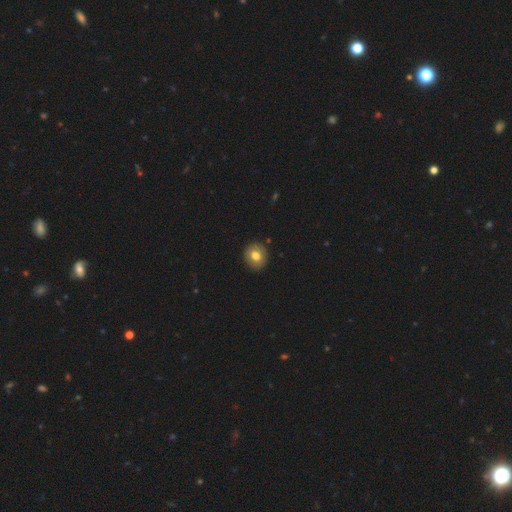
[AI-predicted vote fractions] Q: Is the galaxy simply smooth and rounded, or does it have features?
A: smooth — 74%.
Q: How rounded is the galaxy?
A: round — 80%.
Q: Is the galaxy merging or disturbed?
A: none — 90%.